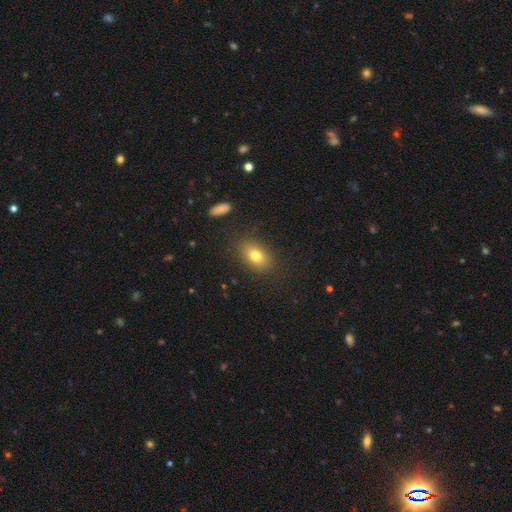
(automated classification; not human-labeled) smooth_or_featured: smooth (p=0.79) [alt: featured or disk p=0.11]
how_rounded: in between (p=0.80) [alt: round p=0.18]
merging: none (p=0.83) [alt: minor disturbance p=0.11]